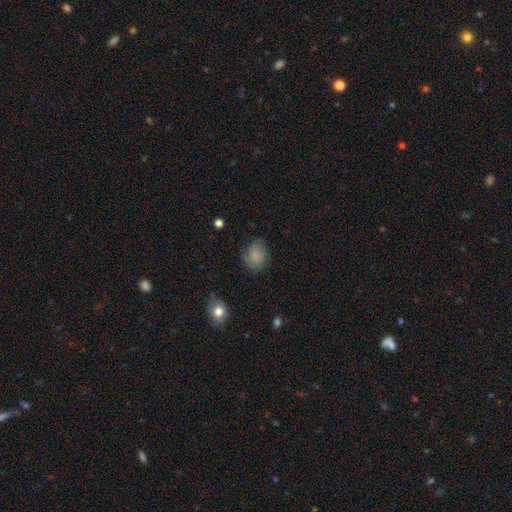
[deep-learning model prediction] Smooth or featured? Predicted: smooth (p=0.75). How rounded? Predicted: in between (p=0.50). Merging? Predicted: none (p=0.69).